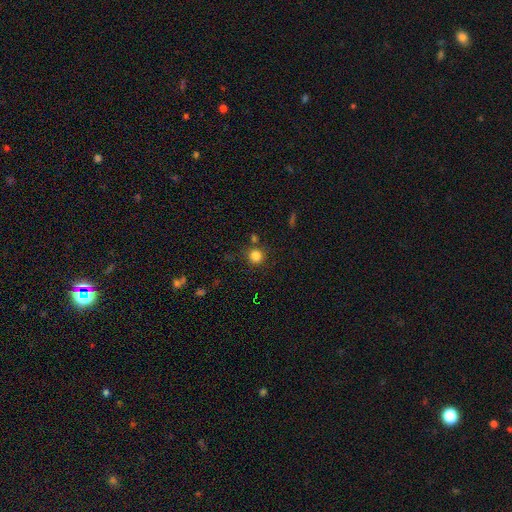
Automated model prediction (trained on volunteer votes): The model was most divided on "smooth or featured": smooth: 83%, star or artifact: 12%, featured or disk: 5%. More confident: how rounded — round (93%); merging — none (80%).